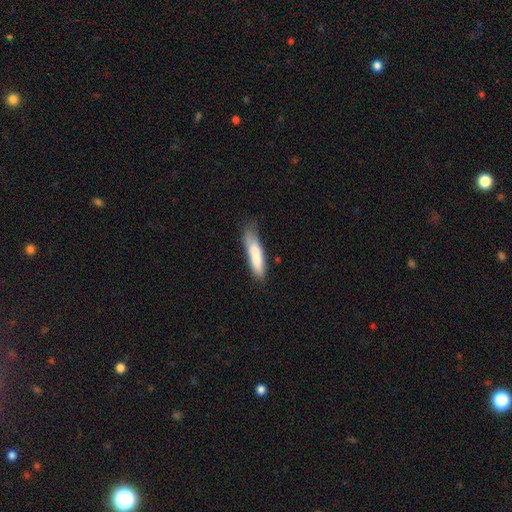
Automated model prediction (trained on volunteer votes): smooth-or-featured: smooth: 73% | featured or disk: 21% | star or artifact: 6%
  how-rounded: cigar-shaped: 73% | in between: 26% | round: 2%
  merging: none: 50% | minor disturbance: 31% | major disturbance: 11% | merger: 8%